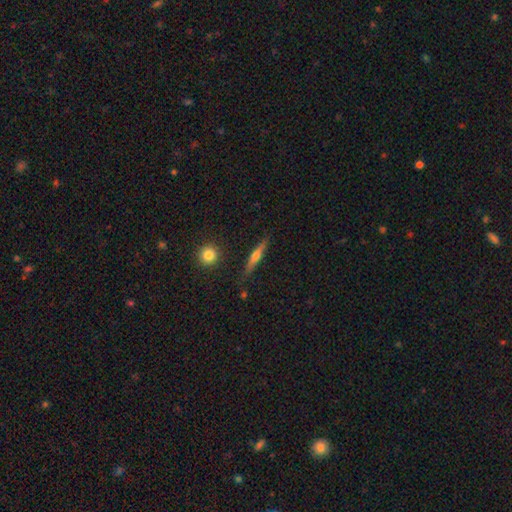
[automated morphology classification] This appears to be a featured or disk galaxy (60%) viewed edge-on (95%) with a rounded central bulge (88%). Merging: none (85%).